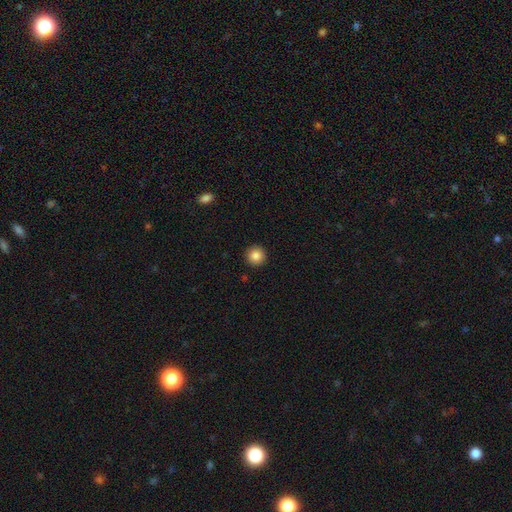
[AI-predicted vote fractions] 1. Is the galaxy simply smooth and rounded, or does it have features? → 86% smooth, 10% star or artifact, 5% featured or disk.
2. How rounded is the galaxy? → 96% round, 3% in between, 1% cigar-shaped.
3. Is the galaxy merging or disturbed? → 93% none, 5% minor disturbance, 2% major disturbance, 1% merger.